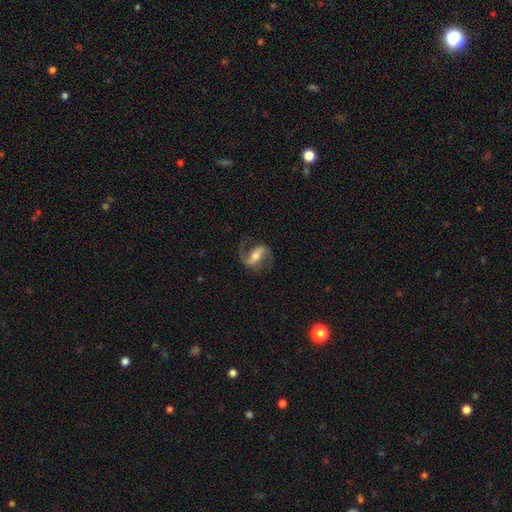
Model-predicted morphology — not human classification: A featured or disk galaxy (83%) with a strong bar (46%), 2 (88%) loose (46%) spiral arms (95%) and a moderate central bulge (56%). Merging: none (74%).